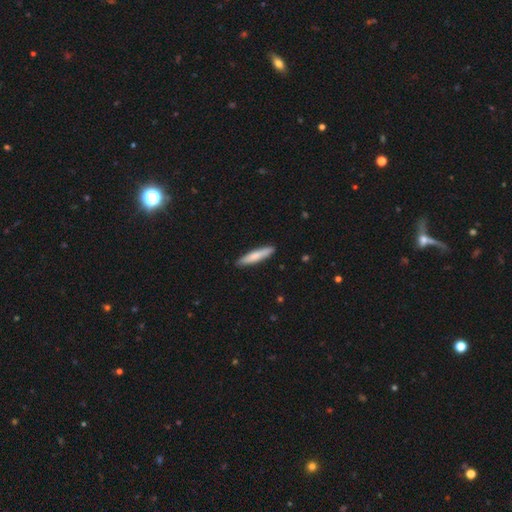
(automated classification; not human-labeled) Smooth or featured? smooth (76%)
How rounded? cigar-shaped (89%)
Merging? none (89%)